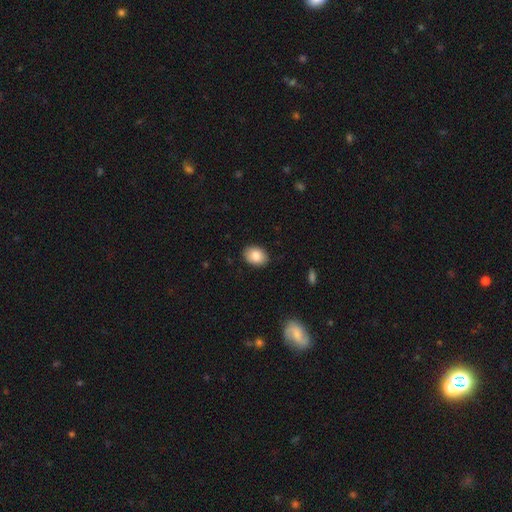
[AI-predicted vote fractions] A smooth galaxy with no disk features (85%) that is in between round and cigar-shaped (70%).

Vote fractions:
- Smooth or featured? smooth: 85% / star or artifact: 8% / featured or disk: 7%
- How rounded? in between: 70% / round: 29% / cigar-shaped: 1%
- Merging? none: 88% / minor disturbance: 9% / major disturbance: 2% / merger: 1%